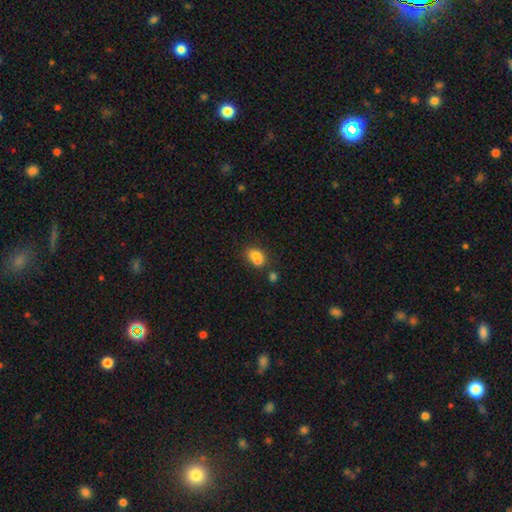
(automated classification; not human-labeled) A smooth galaxy with no disk features (74%) that is in between round and cigar-shaped (57%).

Vote fractions:
- Smooth or featured? smooth: 74% / featured or disk: 15% / star or artifact: 11%
- How rounded? in between: 57% / round: 41% / cigar-shaped: 1%
- Merging? merger: 51% / none: 33% / minor disturbance: 11% / major disturbance: 5%